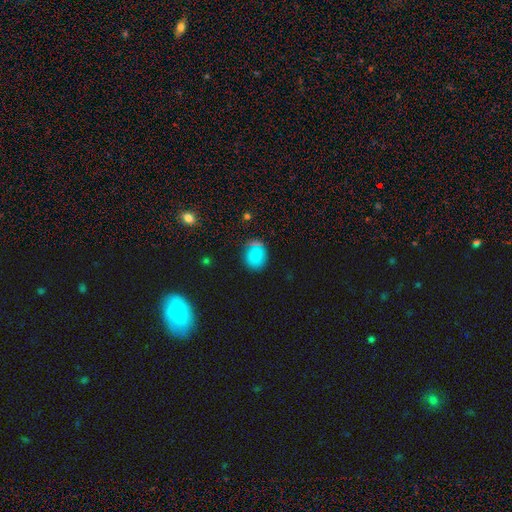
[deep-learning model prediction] Overall: smooth (77%). How rounded: round (70%). Merging: none (75%).